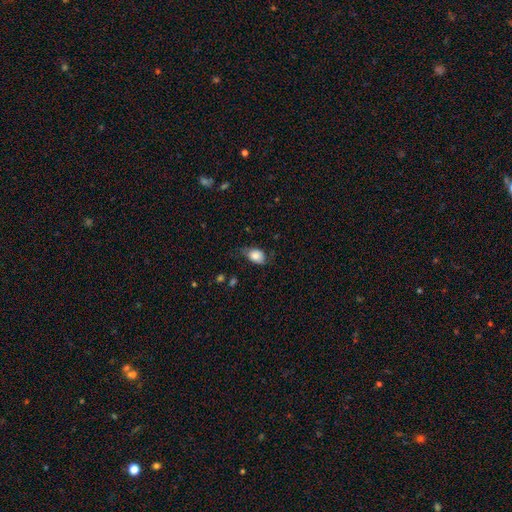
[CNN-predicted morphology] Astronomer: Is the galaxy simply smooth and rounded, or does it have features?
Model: smooth — 81%.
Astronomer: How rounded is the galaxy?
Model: in between — 82%.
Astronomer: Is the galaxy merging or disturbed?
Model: none — 60%.